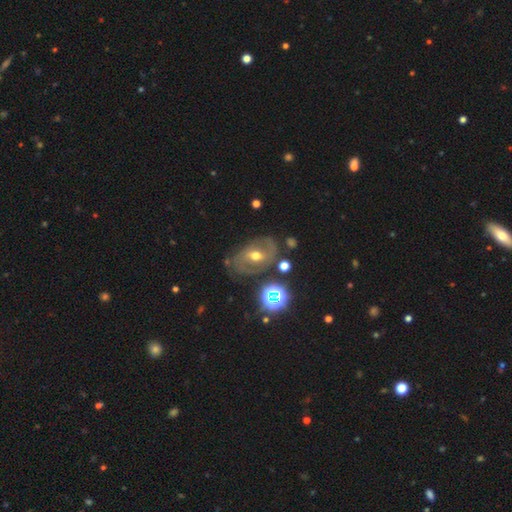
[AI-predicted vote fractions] Overall: featured or disk (66%). Edge-on disk: no (94%). Bar: weak (44%; no 31%). Spiral arms: yes (74%). Bulge size: moderate (70%). Merging: none (65%).